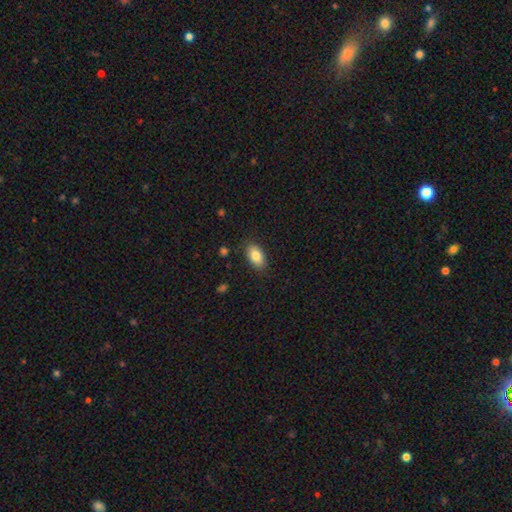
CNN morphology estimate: smooth-or-featured: smooth: 84% | featured or disk: 8% | star or artifact: 7%
  how-rounded: in between: 92% | round: 6% | cigar-shaped: 2%
  merging: none: 86% | minor disturbance: 10% | major disturbance: 2% | merger: 1%